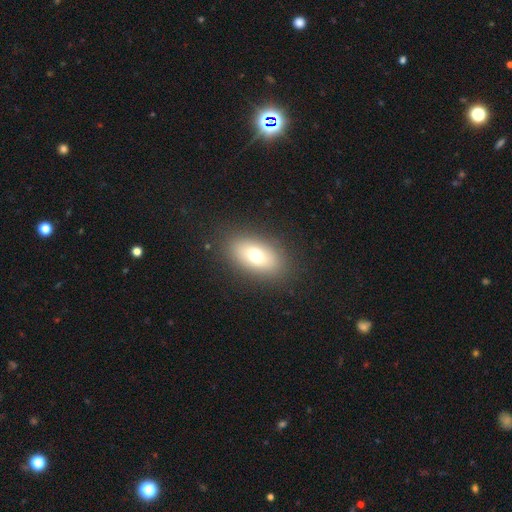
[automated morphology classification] A smooth galaxy with no disk features (68%) that is in between round and cigar-shaped (85%).

Vote fractions:
- Smooth or featured? smooth: 68% / featured or disk: 21% / star or artifact: 11%
- How rounded? in between: 85% / round: 12% / cigar-shaped: 3%
- Merging? none: 85% / minor disturbance: 10% / major disturbance: 4% / merger: 1%